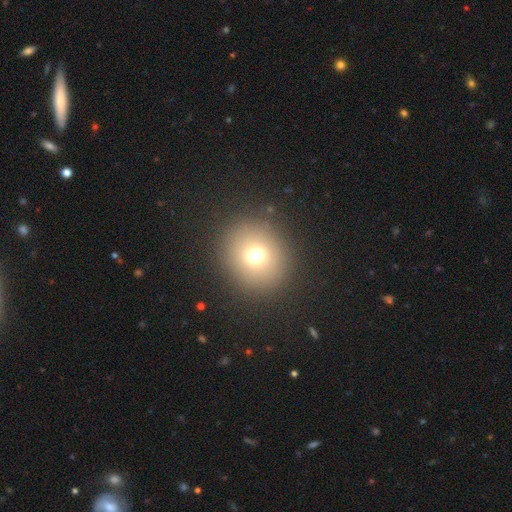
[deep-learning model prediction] Smooth or featured?
  - smooth: 69% *
  - star or artifact: 20%
  - featured or disk: 11%
How rounded?
  - round: 84% *
  - in between: 15%
  - cigar-shaped: 1%
Merging?
  - none: 87% *
  - minor disturbance: 7%
  - major disturbance: 5%
  - merger: 2%